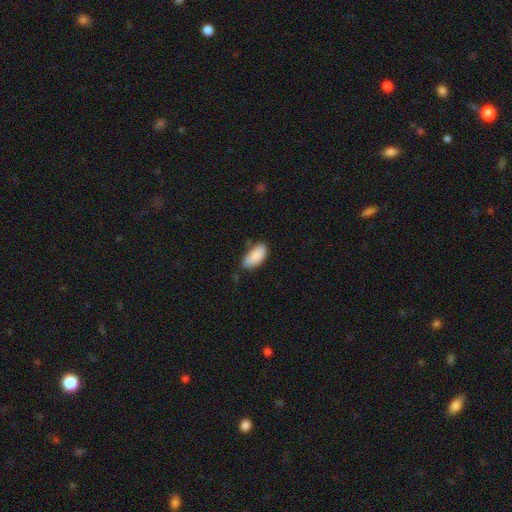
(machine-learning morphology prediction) This is clearly a smooth galaxy (88%). How rounded: clearly in between (92%). Merging: likely none (61%).